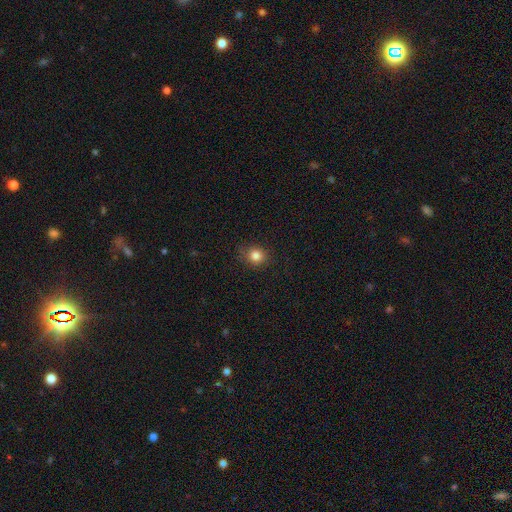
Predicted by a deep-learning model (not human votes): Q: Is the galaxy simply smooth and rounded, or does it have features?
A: smooth — 83%.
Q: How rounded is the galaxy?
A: round — 82%.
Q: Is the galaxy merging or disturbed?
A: none — 86%.